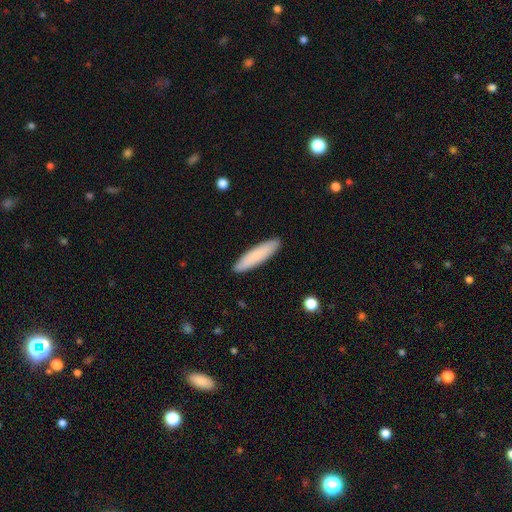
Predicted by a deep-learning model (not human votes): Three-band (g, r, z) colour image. It shows a smooth galaxy with no disk features (84%) that is cigar-shaped (79%). Merging: none (91%).